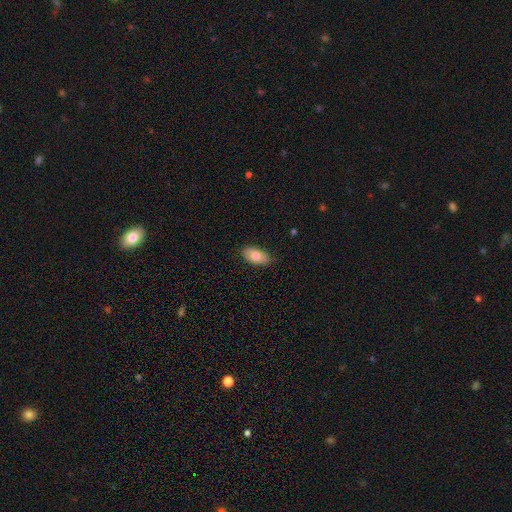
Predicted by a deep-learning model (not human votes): smooth 76%, featured or disk 17%, star or artifact 7%. Down the decision tree: how rounded — in between (93%); merging — none (82%).